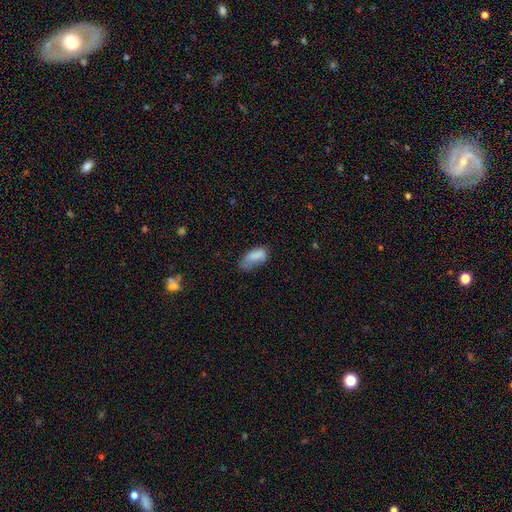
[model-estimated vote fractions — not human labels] This appears to be a smooth galaxy with no disk features (80%) that is in between round and cigar-shaped (91%). Merging: minor disturbance (38%).